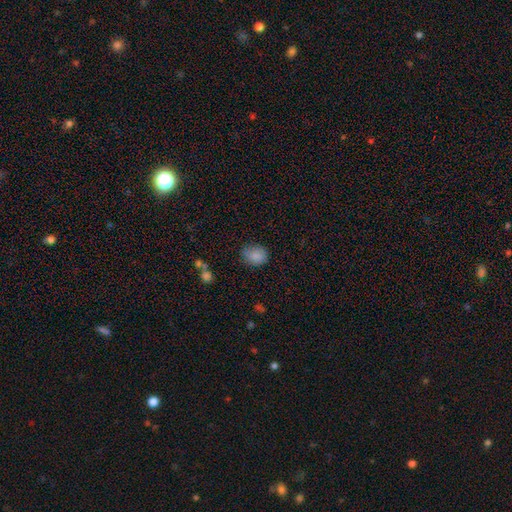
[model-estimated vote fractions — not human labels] Smooth or featured? smooth (85%)
How rounded? round (55%)
Merging? none (72%)